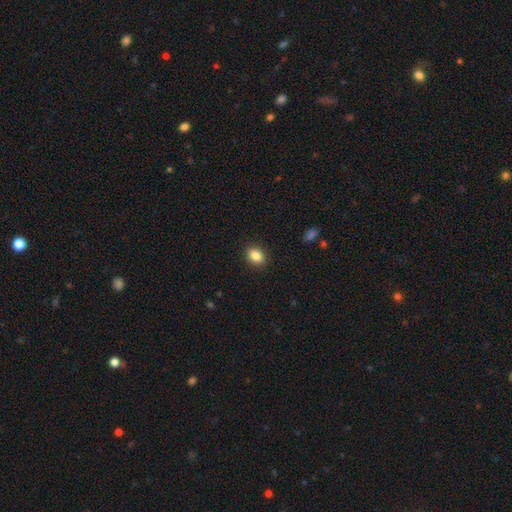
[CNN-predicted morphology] A smooth galaxy with no disk features (85%) that is in between round and cigar-shaped (71%). Merging: none (90%).